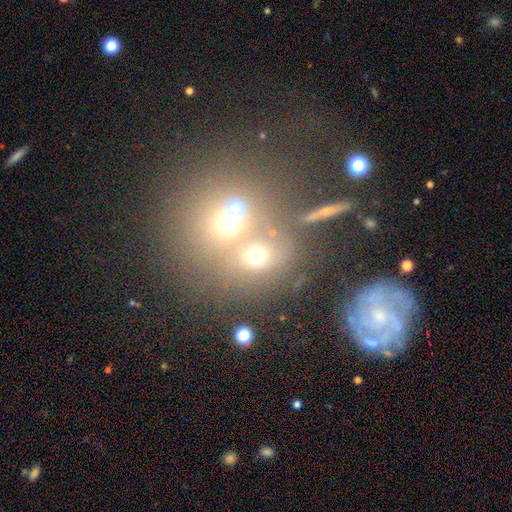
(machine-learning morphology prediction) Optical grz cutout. It shows a smooth galaxy with no disk features (64%) that is round (71%). Merging: merger (54%).